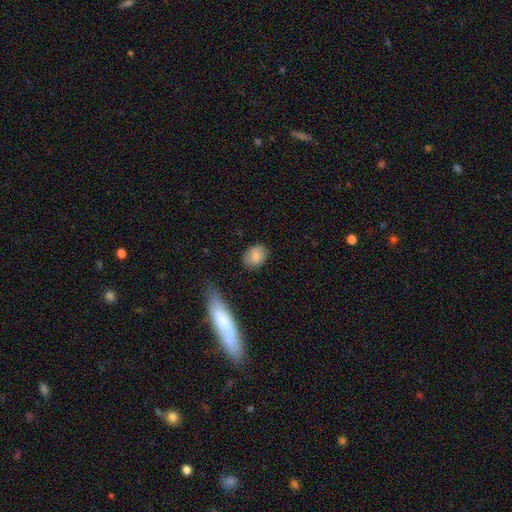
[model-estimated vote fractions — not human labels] Q: Smooth or featured?
A: smooth (84%); runner-up: featured or disk (9%)
Q: How rounded?
A: in between (71%); runner-up: round (28%)
Q: Merging?
A: none (79%); runner-up: minor disturbance (16%)